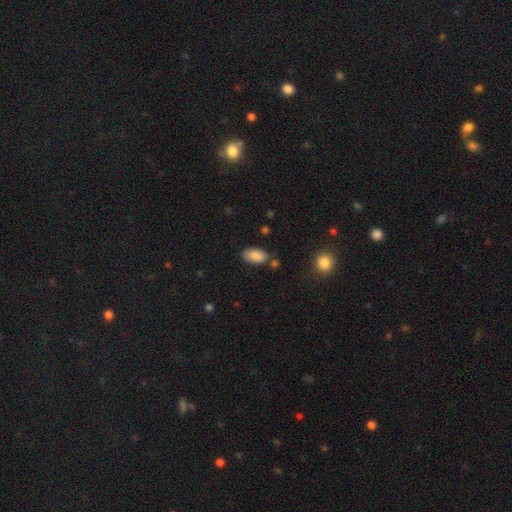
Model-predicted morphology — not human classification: This is clearly a smooth galaxy (88%). How rounded: clearly in between (94%). Merging: likely none (73%).